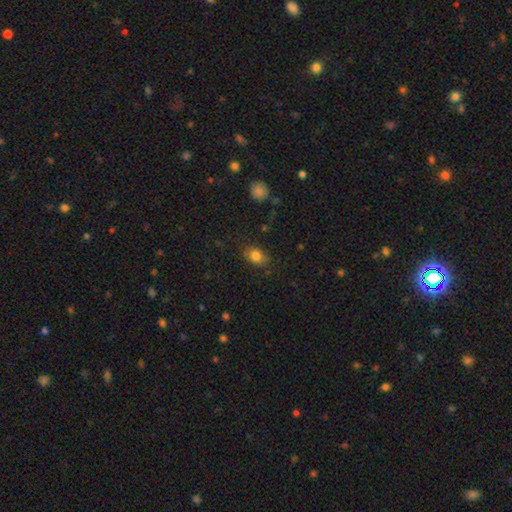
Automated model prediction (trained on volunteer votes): This is clearly a smooth galaxy (82%). How rounded: likely in between (71%). Merging: likely none (78%).